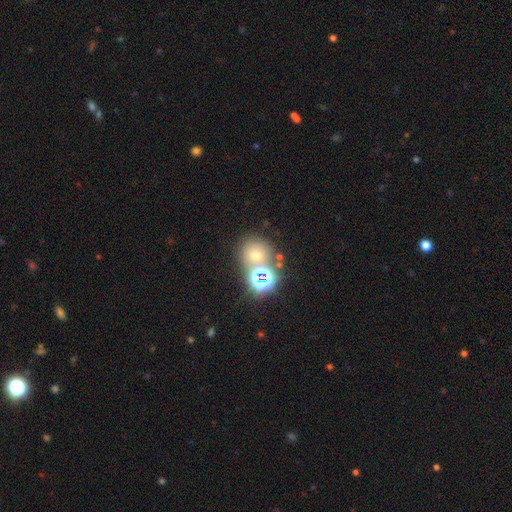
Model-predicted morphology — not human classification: A smooth galaxy with no disk features (49%). Merging: none (59%).